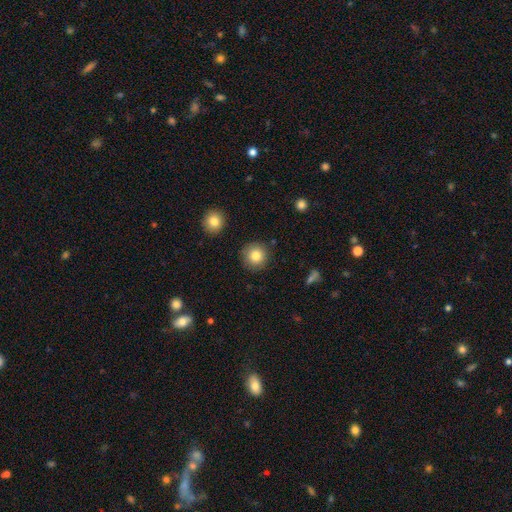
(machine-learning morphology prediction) This is clearly a smooth galaxy (82%). How rounded: clearly round (94%). Merging: clearly none (88%).